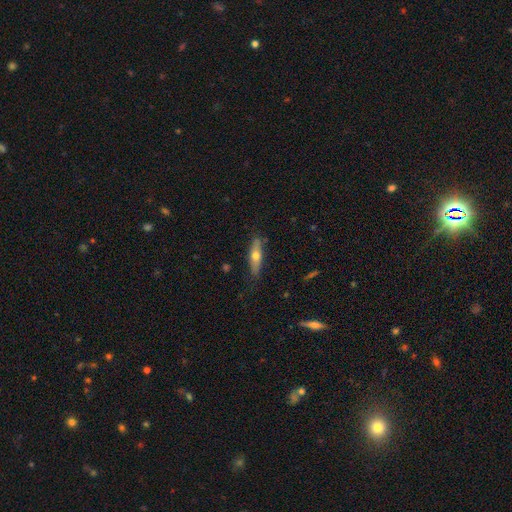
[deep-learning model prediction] smooth_or_featured: smooth (p=0.53) [alt: featured or disk p=0.41]
how_rounded: cigar-shaped (p=0.66) [alt: in between p=0.32]
merging: none (p=0.81) [alt: minor disturbance p=0.14]